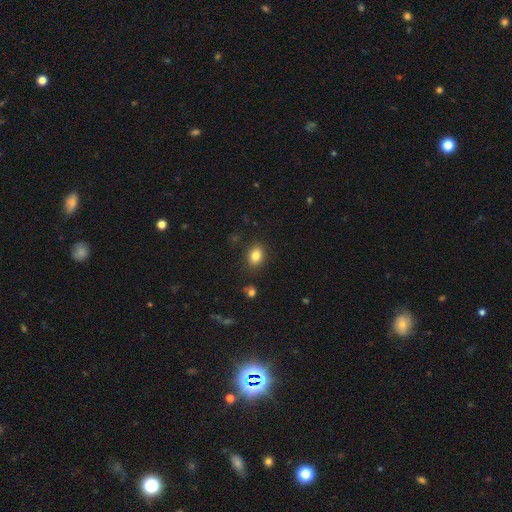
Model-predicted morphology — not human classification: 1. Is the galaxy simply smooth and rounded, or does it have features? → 82% smooth, 10% star or artifact, 7% featured or disk.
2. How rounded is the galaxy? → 65% in between, 34% round, 1% cigar-shaped.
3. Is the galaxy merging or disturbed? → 87% none, 9% minor disturbance, 2% major disturbance, 2% merger.